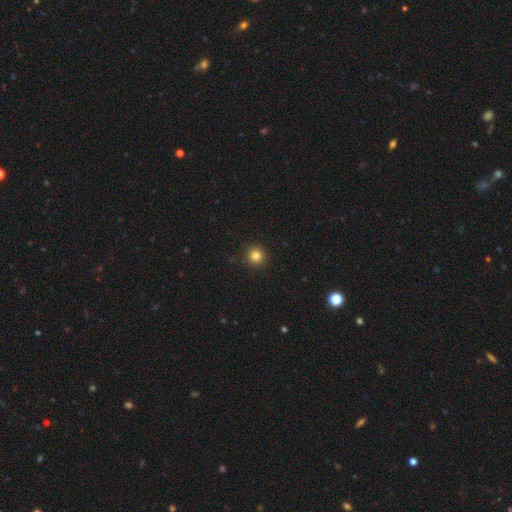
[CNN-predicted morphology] The model was most divided on "smooth or featured": smooth: 83%, star or artifact: 12%, featured or disk: 5%. More confident: how rounded — round (95%); merging — none (92%).